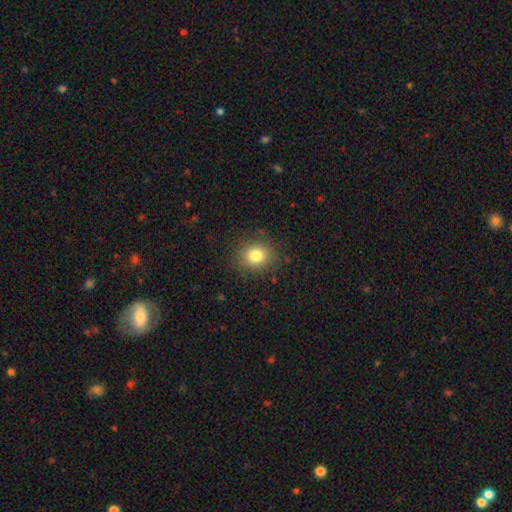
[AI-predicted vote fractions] Smooth or featured?
  - smooth: 81% *
  - star or artifact: 12%
  - featured or disk: 8%
How rounded?
  - round: 68% *
  - in between: 31%
  - cigar-shaped: 1%
Merging?
  - none: 86% *
  - minor disturbance: 10%
  - major disturbance: 3%
  - merger: 1%